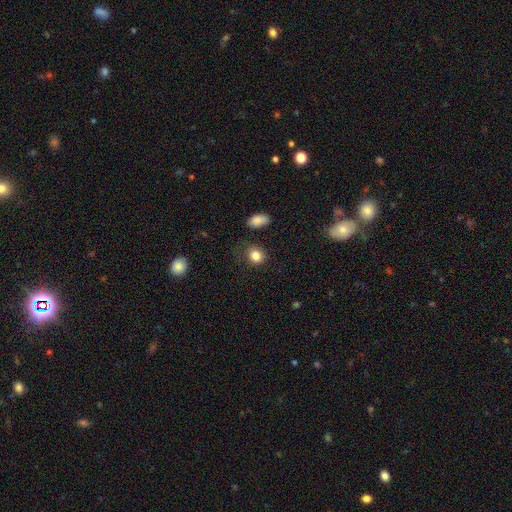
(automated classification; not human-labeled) Smooth or featured? Predicted: smooth (p=0.84). How rounded? Predicted: round (p=0.68). Merging? Predicted: none (p=0.71).